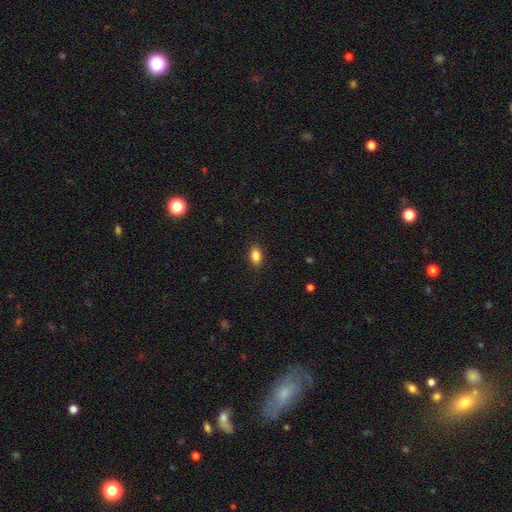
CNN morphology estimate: Smooth or featured: smooth — 87% (star or artifact — 9%)
How rounded: in between — 87% (round — 10%)
Merging: none — 87% (minor disturbance — 10%)